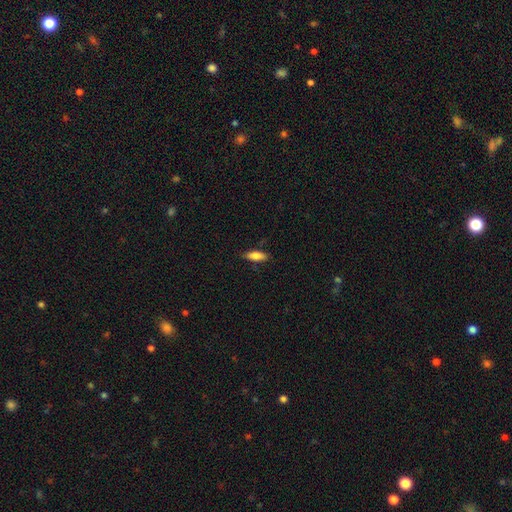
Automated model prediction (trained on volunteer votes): smooth 82%, featured or disk 11%, star or artifact 7%. Down the decision tree: how rounded — in between (59%); merging — none (82%).